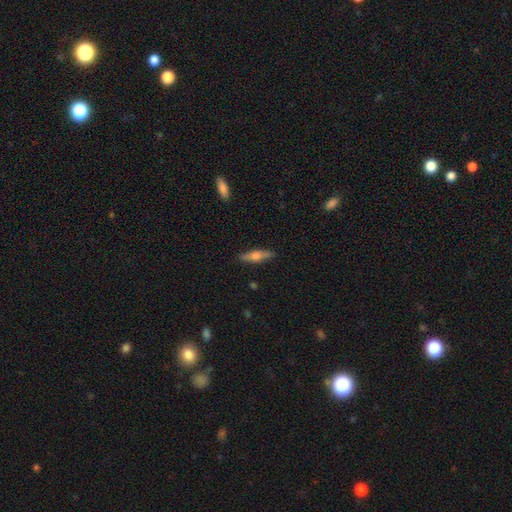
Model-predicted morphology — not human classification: featured or disk 55%, smooth 39%, star or artifact 6%. Down the decision tree: edge-on disk — yes (95%); edge-on bulge — rounded (87%); merging — none (88%).